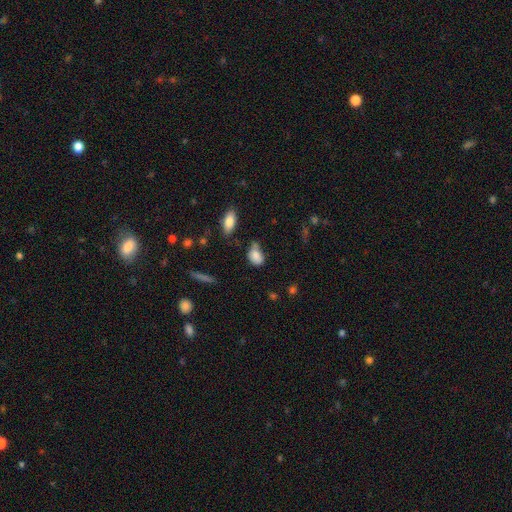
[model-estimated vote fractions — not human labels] A smooth galaxy with no disk features (81%) that is in between round and cigar-shaped (80%).

Vote fractions:
- Smooth or featured? smooth: 81% / star or artifact: 10% / featured or disk: 9%
- How rounded? in between: 80% / round: 18% / cigar-shaped: 2%
- Merging? none: 43% / minor disturbance: 31% / merger: 14% / major disturbance: 12%